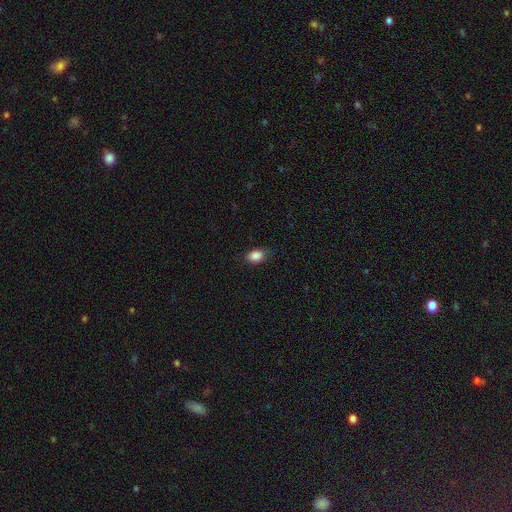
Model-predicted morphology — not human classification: A smooth galaxy with no disk features (87%) that is in between round and cigar-shaped (78%).

Vote fractions:
- Smooth or featured? smooth: 87% / star or artifact: 9% / featured or disk: 4%
- How rounded? in between: 78% / round: 20% / cigar-shaped: 2%
- Merging? none: 79% / minor disturbance: 16% / major disturbance: 3% / merger: 1%